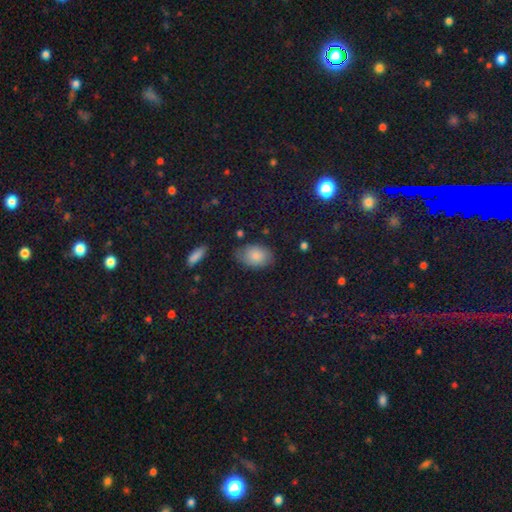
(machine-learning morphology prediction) The model was most divided on "merging": none: 73%, minor disturbance: 19%, major disturbance: 5%, merger: 2%. More confident: how rounded — in between (85%); smooth or featured — smooth (78%).